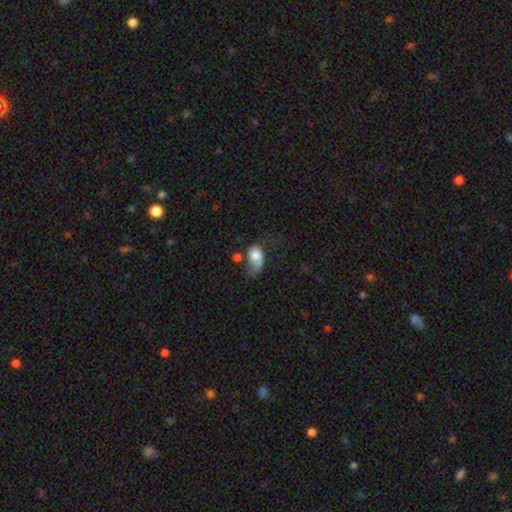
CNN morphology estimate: type=smooth (68%); roundness=in between (75%); merging=major disturbance (45%).